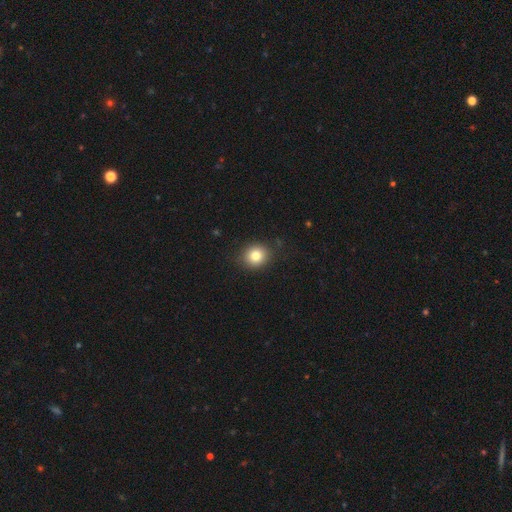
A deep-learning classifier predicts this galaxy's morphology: A smooth galaxy with no disk features (81%) that is round (79%).

Vote fractions:
- Smooth or featured? smooth: 81% / star or artifact: 11% / featured or disk: 8%
- How rounded? round: 79% / in between: 20% / cigar-shaped: 1%
- Merging? none: 86% / minor disturbance: 10% / major disturbance: 3% / merger: 1%